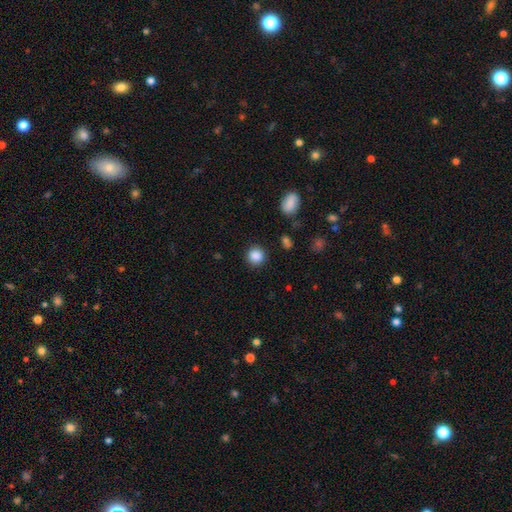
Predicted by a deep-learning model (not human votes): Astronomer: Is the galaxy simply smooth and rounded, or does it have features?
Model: smooth — 87%.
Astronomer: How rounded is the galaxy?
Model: round — 90%.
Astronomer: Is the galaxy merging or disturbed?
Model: none — 89%.